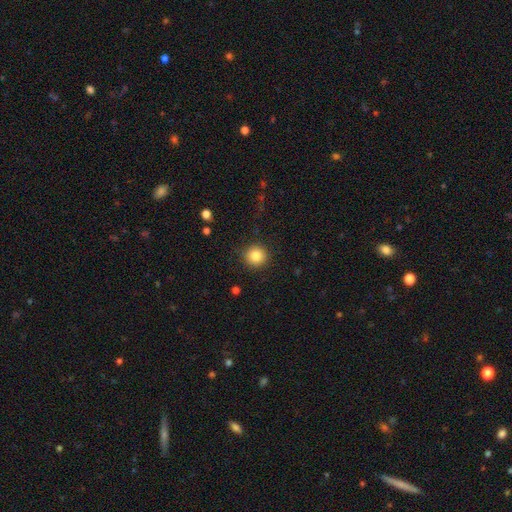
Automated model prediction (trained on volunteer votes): Smooth or featured? Predicted: smooth (p=0.83). How rounded? Predicted: round (p=0.94). Merging? Predicted: none (p=0.88).